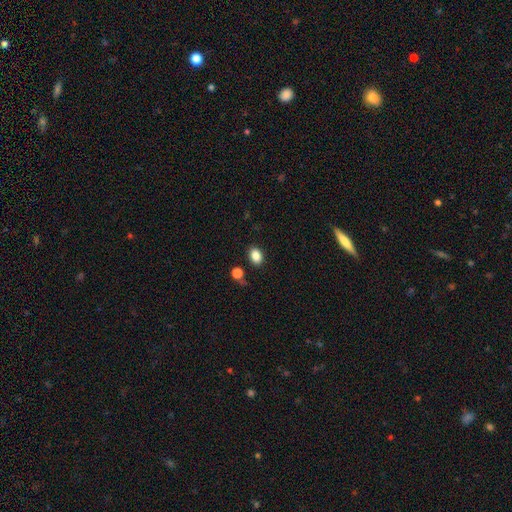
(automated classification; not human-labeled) Smooth or featured? smooth (85%)
How rounded? in between (74%)
Merging? none (82%)